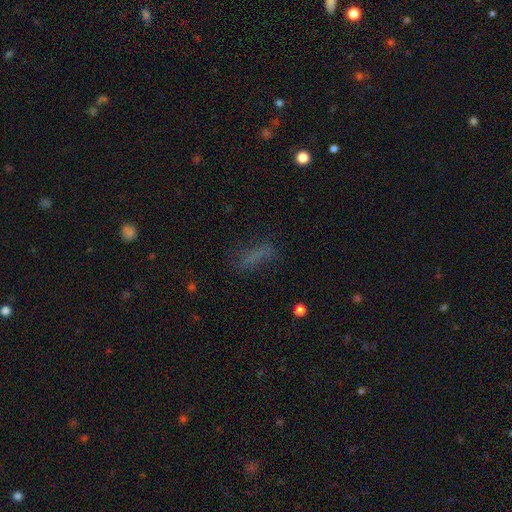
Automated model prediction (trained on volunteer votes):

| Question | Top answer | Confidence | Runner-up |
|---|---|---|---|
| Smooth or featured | smooth | 64% | star or artifact (19%) |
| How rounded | cigar-shaped | 59% | in between (37%) |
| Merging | none | 68% | minor disturbance (18%) |